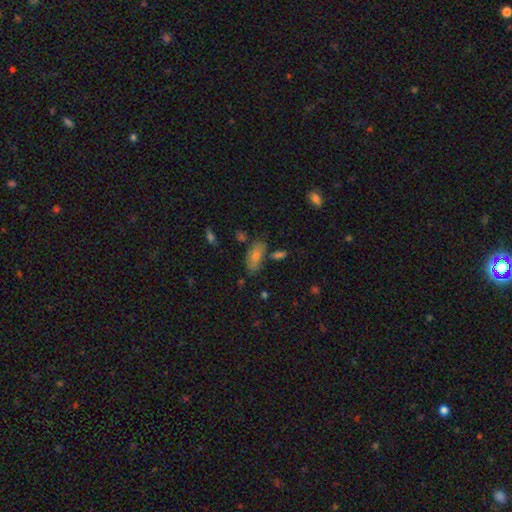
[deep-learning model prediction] The model was most divided on "smooth or featured": smooth: 65%, featured or disk: 22%, star or artifact: 14%. More confident: how rounded — in between (85%); merging — none (68%).